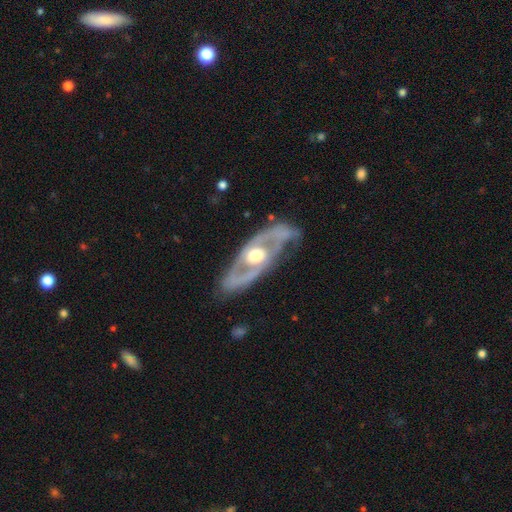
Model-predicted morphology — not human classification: The model was most divided on "spiral arms": no: 52%, yes: 48%. More confident: edge-on disk — no (83%); smooth or featured — featured or disk (79%); bar — no (77%); merging — none (70%); bulge size — moderate (69%).